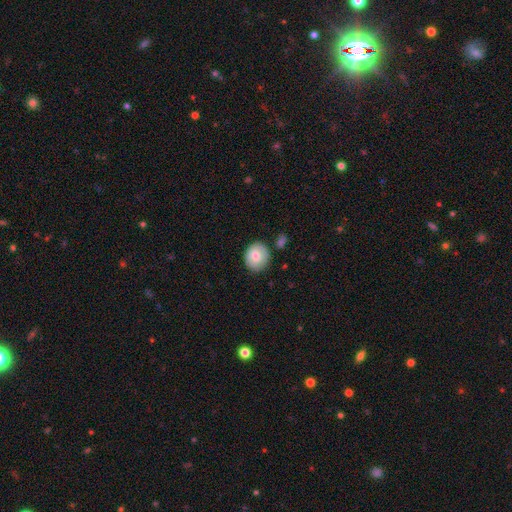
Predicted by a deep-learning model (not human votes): A smooth galaxy with no disk features (77%) that is round (71%). Merging: none (78%).